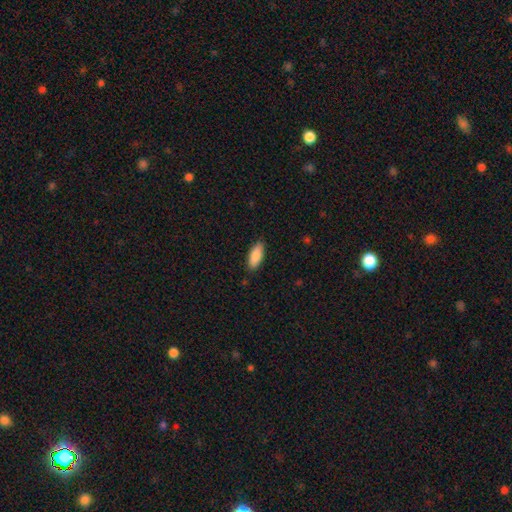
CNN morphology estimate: A smooth galaxy with no disk features (86%) that is in between round and cigar-shaped (79%). Merging: none (87%).